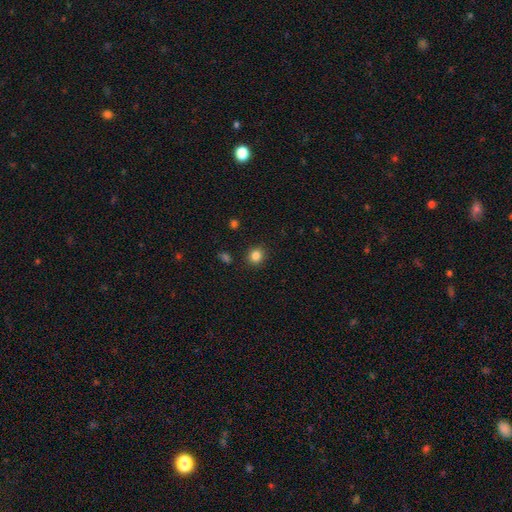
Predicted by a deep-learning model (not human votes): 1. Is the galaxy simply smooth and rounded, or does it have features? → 84% smooth, 11% star or artifact, 5% featured or disk.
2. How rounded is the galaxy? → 81% round, 18% in between, 1% cigar-shaped.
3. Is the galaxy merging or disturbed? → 90% none, 7% minor disturbance, 2% major disturbance, 2% merger.